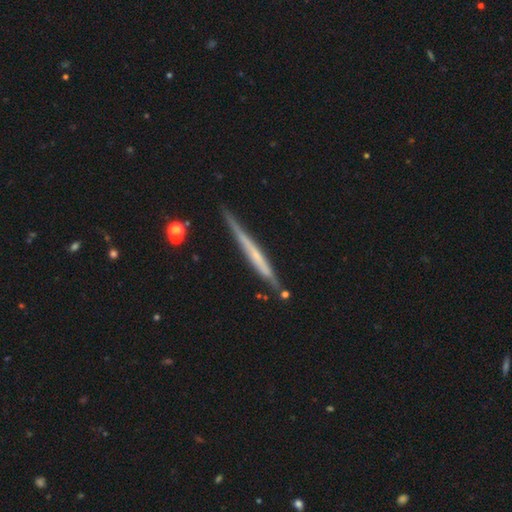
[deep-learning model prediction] A featured or disk galaxy (60%) viewed edge-on (96%) with no central bulge (80%).

Vote fractions:
- Smooth or featured? featured or disk: 60% / smooth: 34% / star or artifact: 6%
- Edge-on disk? yes: 96% / no: 4%
- Edge-on bulge? none: 80% / rounded: 14% / boxy: 7%
- Merging? none: 80% / minor disturbance: 14% / merger: 3% / major disturbance: 2%